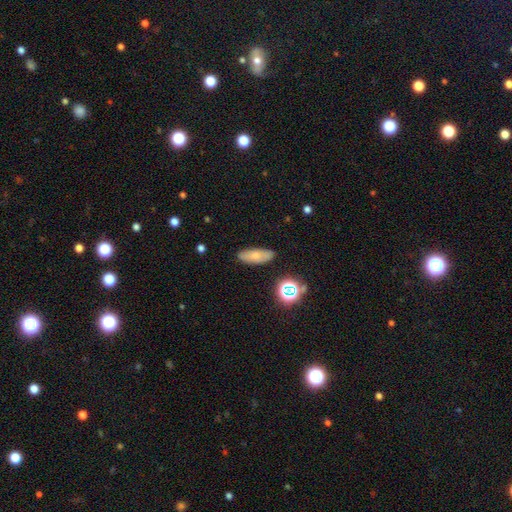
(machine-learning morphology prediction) A smooth galaxy with no disk features (71%) that is in between round and cigar-shaped (68%). Merging: none (84%).